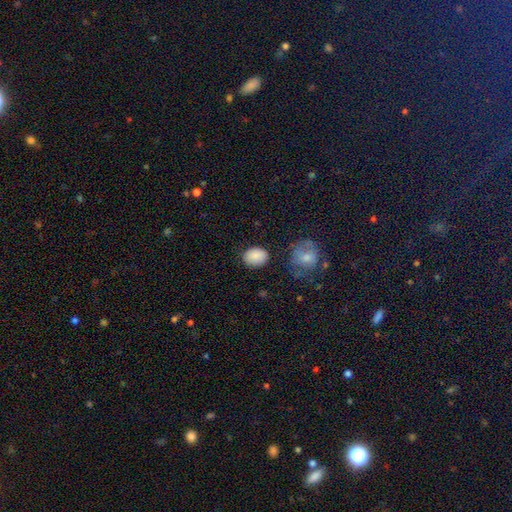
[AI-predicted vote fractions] Smooth or featured? Predicted: smooth (p=0.87). How rounded? Predicted: in between (p=0.60). Merging? Predicted: none (p=0.80).